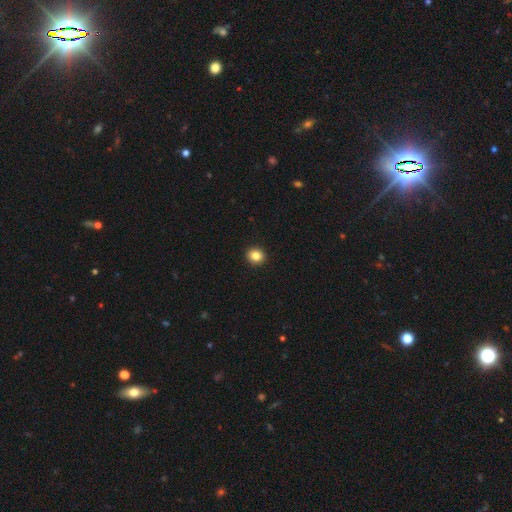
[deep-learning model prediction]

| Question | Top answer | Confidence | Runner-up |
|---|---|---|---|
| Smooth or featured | smooth | 86% | star or artifact (10%) |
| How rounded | round | 81% | in between (18%) |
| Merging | none | 93% | minor disturbance (5%) |